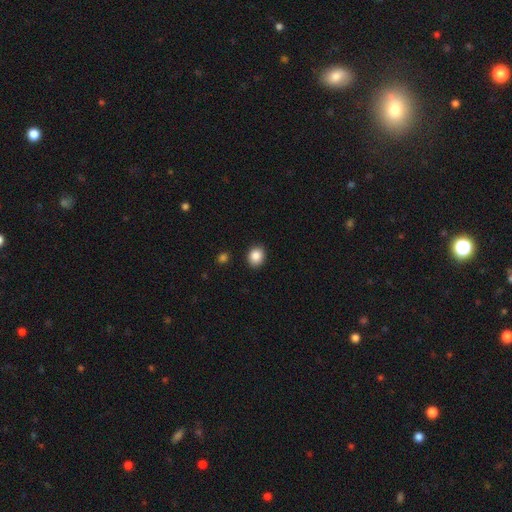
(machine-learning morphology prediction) Overall: smooth (87%). How rounded: round (63%; in between 36%). Merging: none (90%).